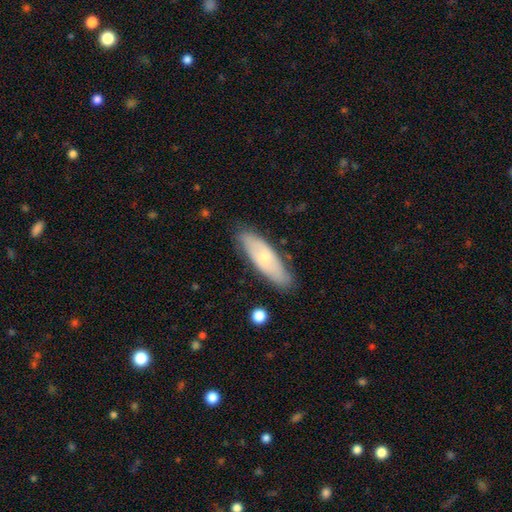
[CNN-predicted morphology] Overall: smooth (51%; featured or disk 42%). How rounded: in between (50%; cigar-shaped 48%). Merging: none (82%).